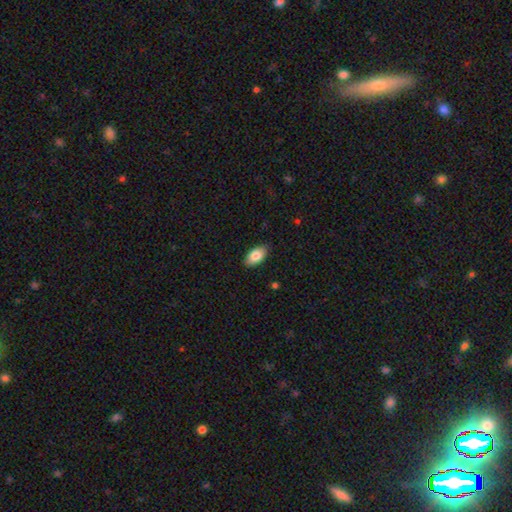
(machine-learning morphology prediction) Overall: smooth (82%). How rounded: in between (94%). Merging: none (88%).